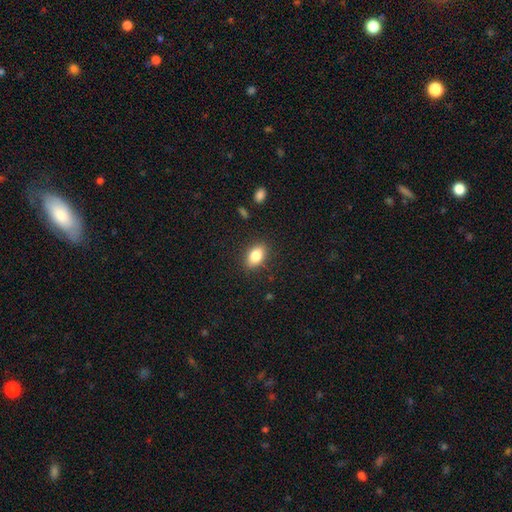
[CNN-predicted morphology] Smooth or featured? smooth (83%)
How rounded? in between (85%)
Merging? none (87%)